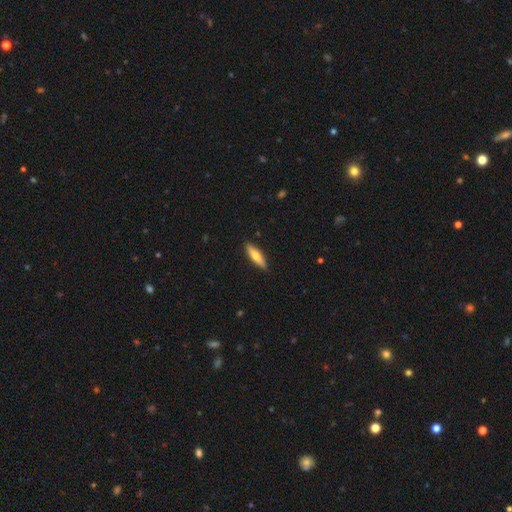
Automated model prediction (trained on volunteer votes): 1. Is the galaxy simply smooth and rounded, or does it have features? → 63% smooth, 31% featured or disk, 5% star or artifact.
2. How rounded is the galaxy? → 68% cigar-shaped, 30% in between, 2% round.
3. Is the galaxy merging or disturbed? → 90% none, 8% minor disturbance, 2% major disturbance, 1% merger.